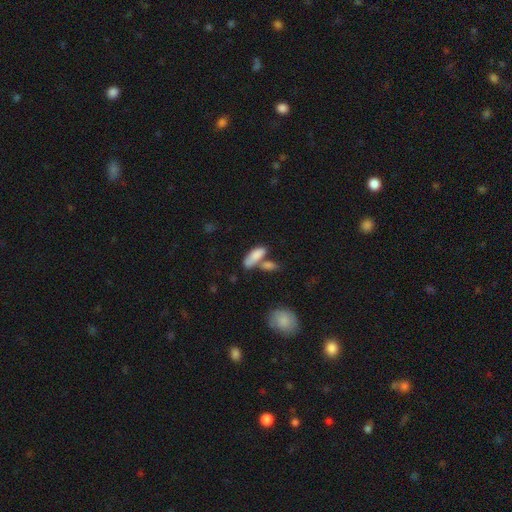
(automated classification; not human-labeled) Smooth or featured? Predicted: smooth (p=0.81). How rounded? Predicted: in between (p=0.77). Merging? Predicted: merger (p=0.43).